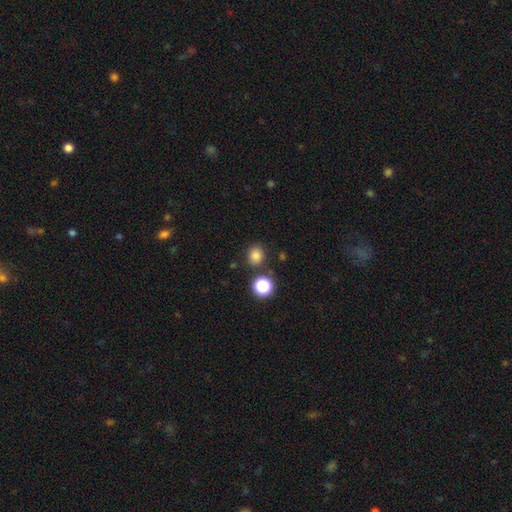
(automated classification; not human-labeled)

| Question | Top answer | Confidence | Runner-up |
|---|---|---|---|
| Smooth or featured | smooth | 81% | star or artifact (15%) |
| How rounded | round | 82% | in between (18%) |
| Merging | none | 82% | minor disturbance (8%) |